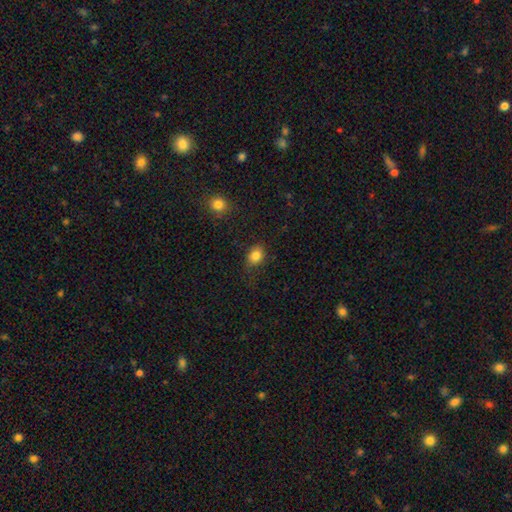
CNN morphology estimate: smooth 84%, star or artifact 11%, featured or disk 6%. Down the decision tree: how rounded — in between (52%); merging — none (73%).